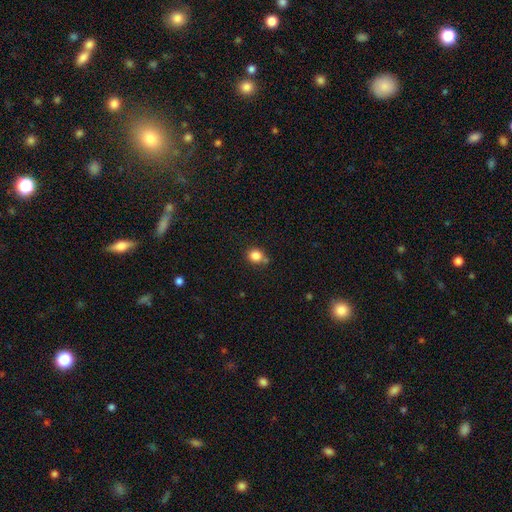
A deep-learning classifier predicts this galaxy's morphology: Smooth or featured?
  - smooth: 84% *
  - star or artifact: 11%
  - featured or disk: 5%
How rounded?
  - round: 79% *
  - in between: 20%
  - cigar-shaped: 1%
Merging?
  - none: 66% *
  - minor disturbance: 17%
  - merger: 12%
  - major disturbance: 4%